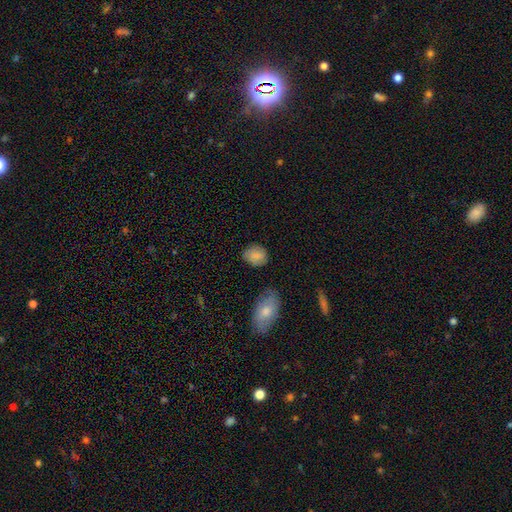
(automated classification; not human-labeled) Overall: smooth (82%). How rounded: round (54%; in between 44%). Merging: none (77%).